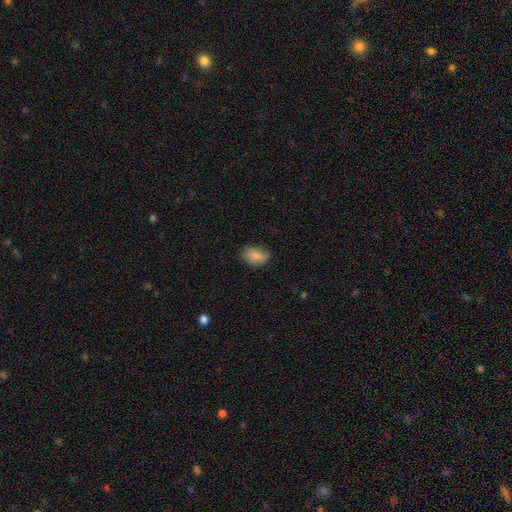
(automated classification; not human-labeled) Q: Smooth or featured?
A: smooth (83%); runner-up: featured or disk (10%)
Q: How rounded?
A: in between (81%); runner-up: round (18%)
Q: Merging?
A: none (69%); runner-up: minor disturbance (24%)